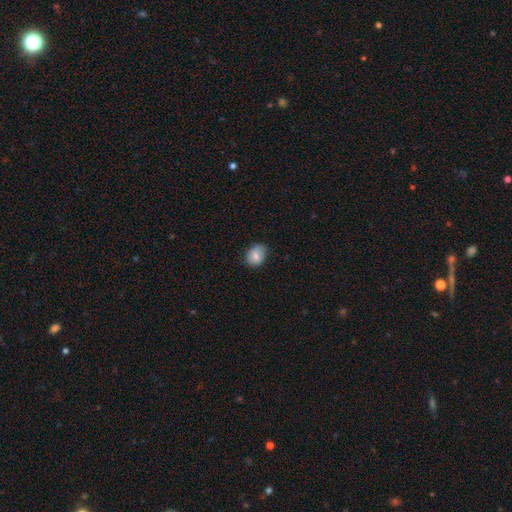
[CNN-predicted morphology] A smooth galaxy with no disk features (80%) that is in between round and cigar-shaped (57%).

Vote fractions:
- Smooth or featured? smooth: 80% / featured or disk: 12% / star or artifact: 8%
- How rounded? in between: 57% / round: 42% / cigar-shaped: 1%
- Merging? none: 76% / minor disturbance: 20% / major disturbance: 3% / merger: 1%